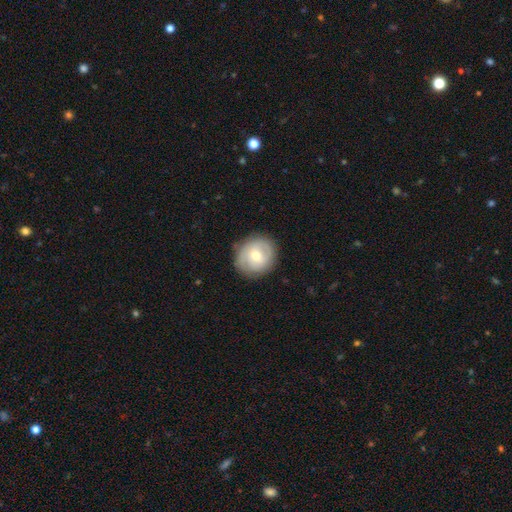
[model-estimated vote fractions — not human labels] A featured or disk galaxy (47%, tied with smooth). Merging: none (83%).